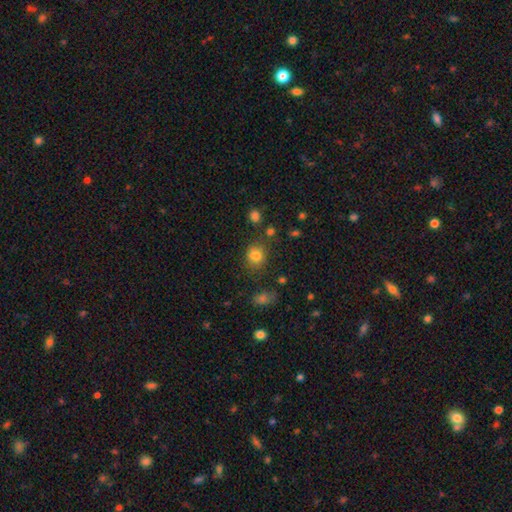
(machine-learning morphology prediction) A smooth galaxy with no disk features (77%) that is round (64%). Merging: none (66%).